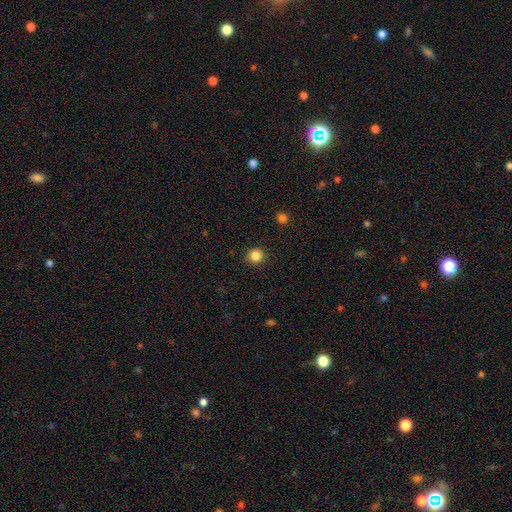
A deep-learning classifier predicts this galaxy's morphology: The model was most divided on "smooth or featured": smooth: 85%, star or artifact: 12%, featured or disk: 4%. More confident: how rounded — round (94%); merging — none (92%).